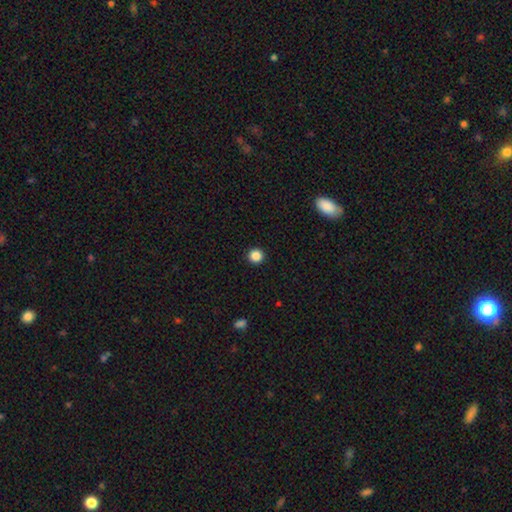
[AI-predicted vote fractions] smooth_or_featured: smooth (p=0.86) [alt: star or artifact p=0.11]
how_rounded: round (p=0.96) [alt: in between p=0.03]
merging: none (p=0.94) [alt: minor disturbance p=0.04]